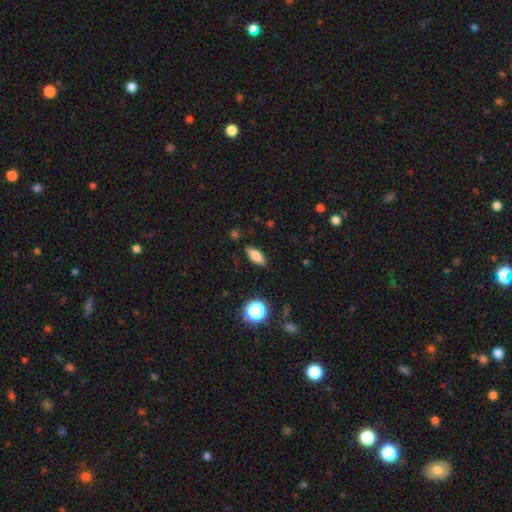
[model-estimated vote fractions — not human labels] Smooth or featured: smooth — 76% (featured or disk — 14%)
How rounded: in between — 70% (cigar-shaped — 25%)
Merging: none — 85% (minor disturbance — 11%)